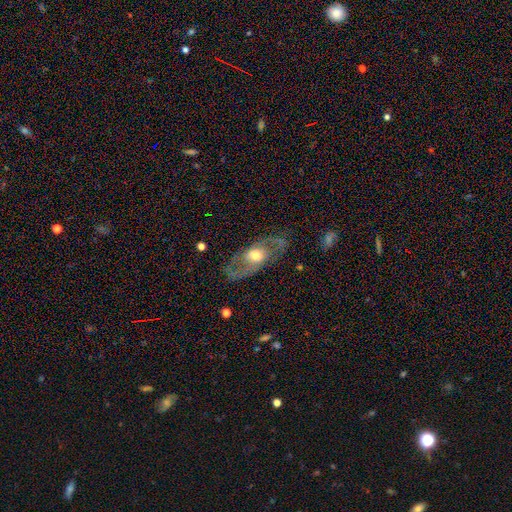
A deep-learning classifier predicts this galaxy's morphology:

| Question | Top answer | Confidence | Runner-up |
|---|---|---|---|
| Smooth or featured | featured or disk | 74% | smooth (20%) |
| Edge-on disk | no | 88% | yes (12%) |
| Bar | no | 60% | weak (30%) |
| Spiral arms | yes | 69% | no (31%) |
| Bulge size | moderate | 64% | small (16%) |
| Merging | none | 77% | minor disturbance (13%) |